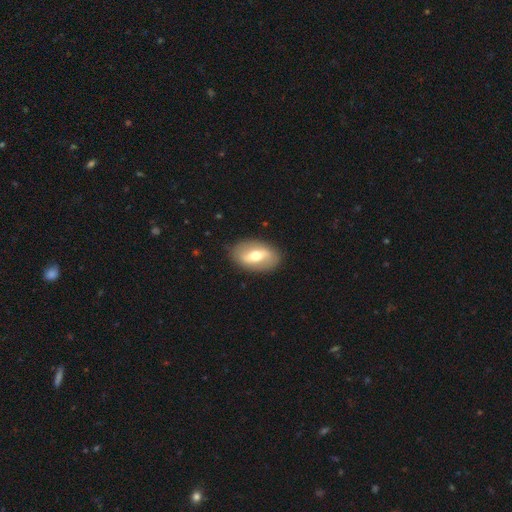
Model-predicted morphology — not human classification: Smooth or featured: featured or disk — 51% (smooth — 43%)
Edge-on disk: no — 85% (yes — 15%)
Merging: none — 86% (minor disturbance — 10%)